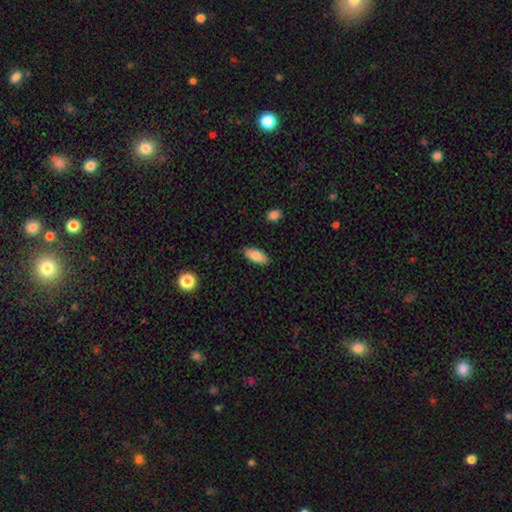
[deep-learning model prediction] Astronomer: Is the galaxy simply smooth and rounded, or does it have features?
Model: smooth — 85%.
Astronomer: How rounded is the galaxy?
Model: in between — 84%.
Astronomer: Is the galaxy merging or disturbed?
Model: none — 87%.